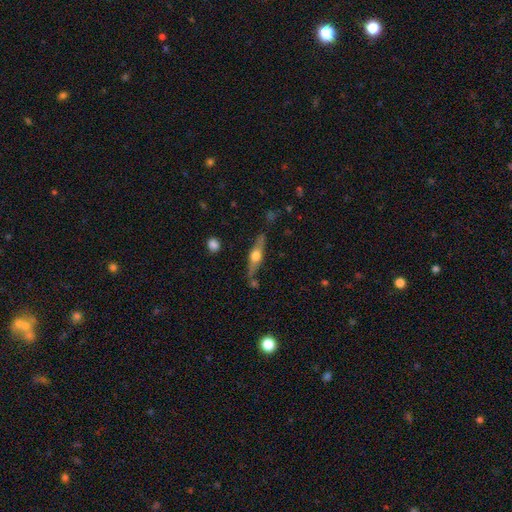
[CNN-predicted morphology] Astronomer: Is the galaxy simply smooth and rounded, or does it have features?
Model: featured or disk — 61%.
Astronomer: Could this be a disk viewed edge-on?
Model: yes — 93%.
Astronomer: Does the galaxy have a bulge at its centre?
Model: rounded — 95%.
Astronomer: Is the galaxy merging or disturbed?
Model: none — 77%.